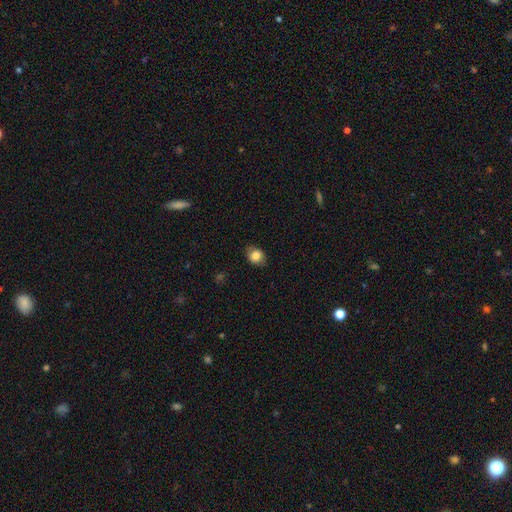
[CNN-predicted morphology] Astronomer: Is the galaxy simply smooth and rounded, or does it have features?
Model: smooth — 81%.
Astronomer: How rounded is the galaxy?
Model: in between — 53% (runner-up: round, 46%).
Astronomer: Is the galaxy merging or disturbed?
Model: none — 82%.